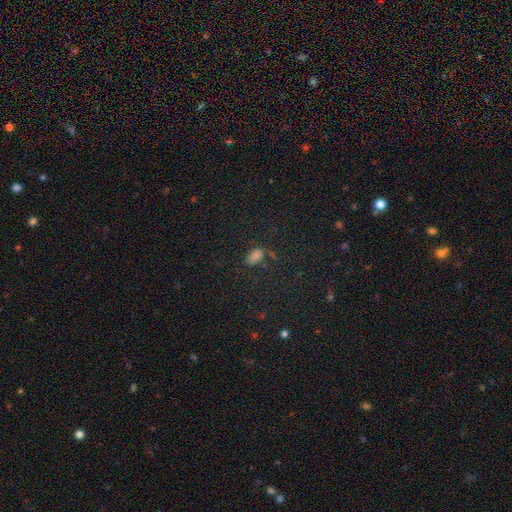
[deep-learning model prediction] Smooth or featured? smooth (70%)
How rounded? in between (88%)
Merging? none (65%)